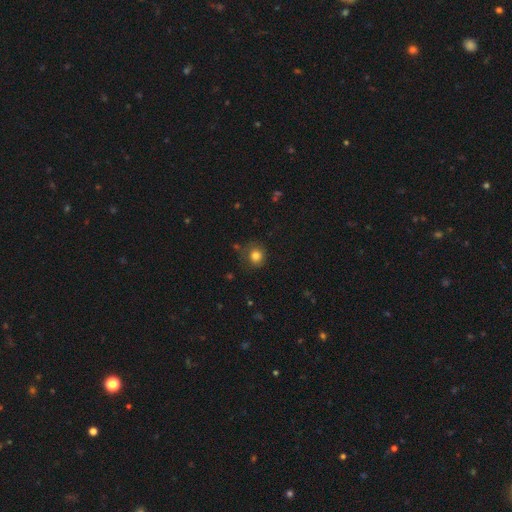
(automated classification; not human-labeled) A smooth galaxy with no disk features (82%) that is round (87%).

Vote fractions:
- Smooth or featured? smooth: 82% / star or artifact: 12% / featured or disk: 7%
- How rounded? round: 87% / in between: 12% / cigar-shaped: 1%
- Merging? none: 77% / minor disturbance: 15% / major disturbance: 5% / merger: 3%